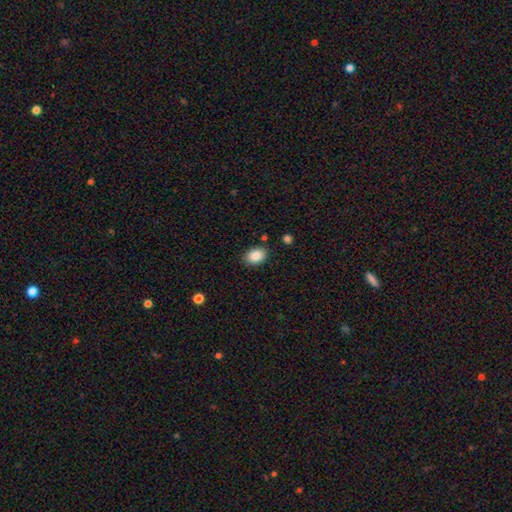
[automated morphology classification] smooth_or_featured: smooth (p=0.88) [alt: star or artifact p=0.08]
how_rounded: in between (p=0.73) [alt: round p=0.26]
merging: none (p=0.85) [alt: minor disturbance p=0.10]